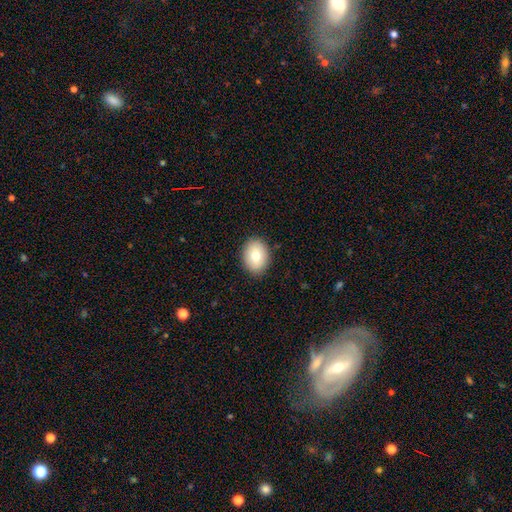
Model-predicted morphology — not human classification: A smooth galaxy with no disk features (78%) that is in between round and cigar-shaped (68%).

Vote fractions:
- Smooth or featured? smooth: 78% / featured or disk: 14% / star or artifact: 8%
- How rounded? in between: 68% / round: 31% / cigar-shaped: 1%
- Merging? none: 88% / minor disturbance: 9% / major disturbance: 2% / merger: 1%